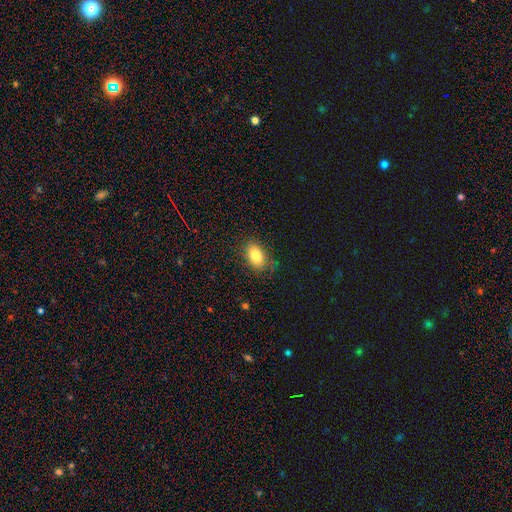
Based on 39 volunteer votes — smooth_or_featured: smooth (p=0.85) [alt: featured or disk p=0.10]
how_rounded: in between (p=0.97) [alt: cigar-shaped p=0.03]
merging: none (p=0.86) [alt: minor disturbance p=0.08]